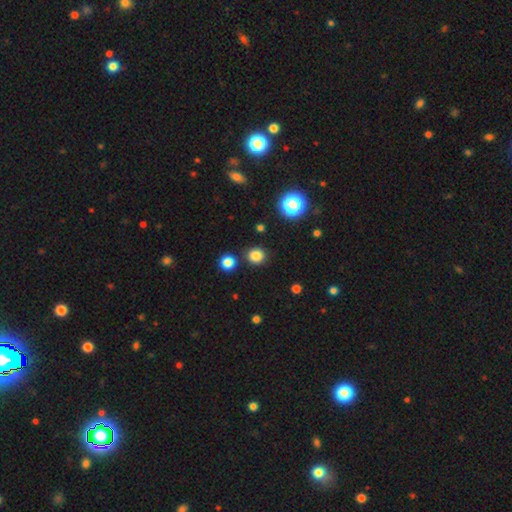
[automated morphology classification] Q: Smooth or featured?
A: smooth (81%); runner-up: star or artifact (14%)
Q: How rounded?
A: round (85%); runner-up: in between (14%)
Q: Merging?
A: none (86%); runner-up: minor disturbance (7%)